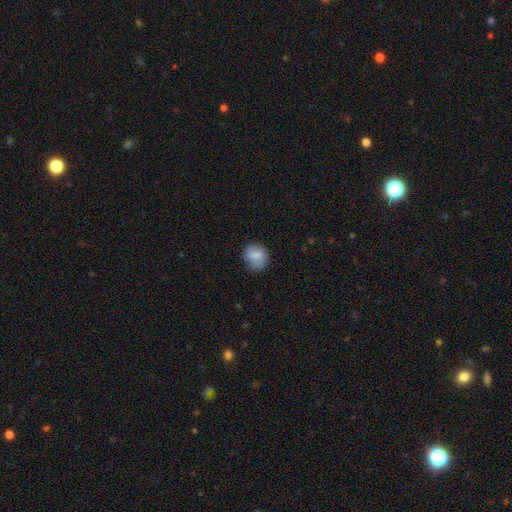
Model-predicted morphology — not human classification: Smooth or featured? smooth (77%)
How rounded? round (65%)
Merging? none (66%)